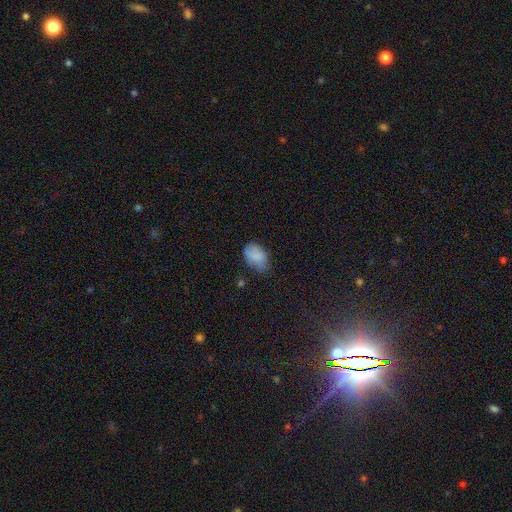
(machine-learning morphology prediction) A smooth galaxy with no disk features (79%) that is in between round and cigar-shaped (85%).

Vote fractions:
- Smooth or featured? smooth: 79% / featured or disk: 11% / star or artifact: 9%
- How rounded? in between: 85% / round: 14% / cigar-shaped: 1%
- Merging? none: 46% / minor disturbance: 38% / major disturbance: 13% / merger: 2%